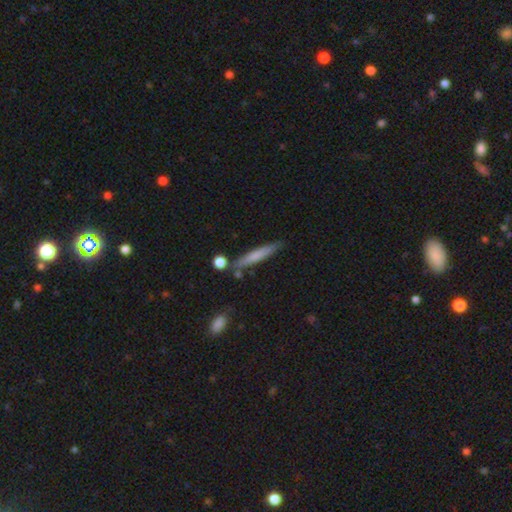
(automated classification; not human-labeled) Smooth or featured? Predicted: smooth (p=0.64). How rounded? Predicted: cigar-shaped (p=0.93). Merging? Predicted: none (p=0.78).